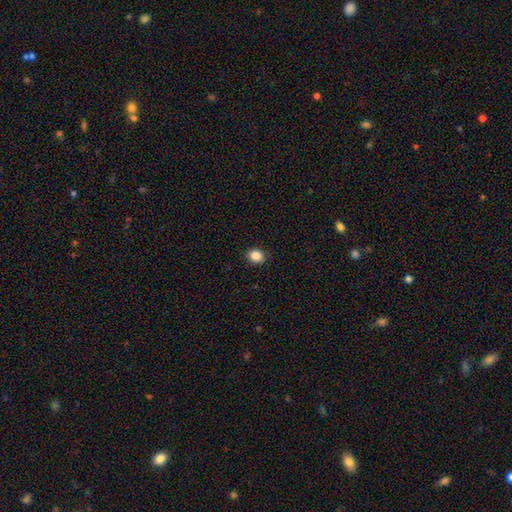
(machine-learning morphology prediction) smooth_or_featured: smooth (p=0.87) [alt: star or artifact p=0.10]
how_rounded: round (p=0.66) [alt: in between p=0.33]
merging: none (p=0.90) [alt: minor disturbance p=0.07]